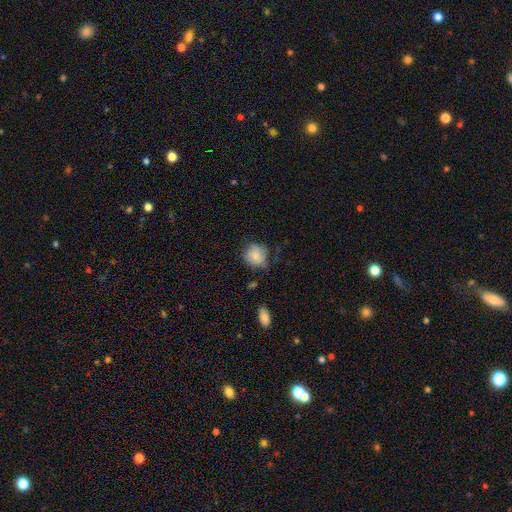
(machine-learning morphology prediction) smooth-or-featured: smooth: 82% | featured or disk: 10% | star or artifact: 8%
  how-rounded: round: 78% | in between: 21% | cigar-shaped: 1%
  merging: none: 59% | minor disturbance: 30% | major disturbance: 8% | merger: 2%